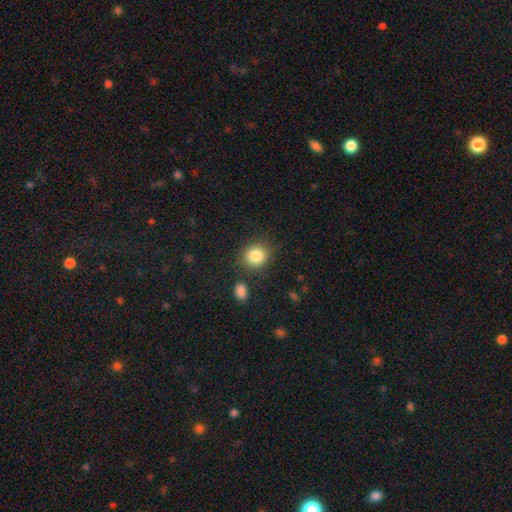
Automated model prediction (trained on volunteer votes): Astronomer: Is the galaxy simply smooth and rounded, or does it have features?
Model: smooth — 84%.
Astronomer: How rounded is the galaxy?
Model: round — 75%.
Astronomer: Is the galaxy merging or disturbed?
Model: none — 80%.